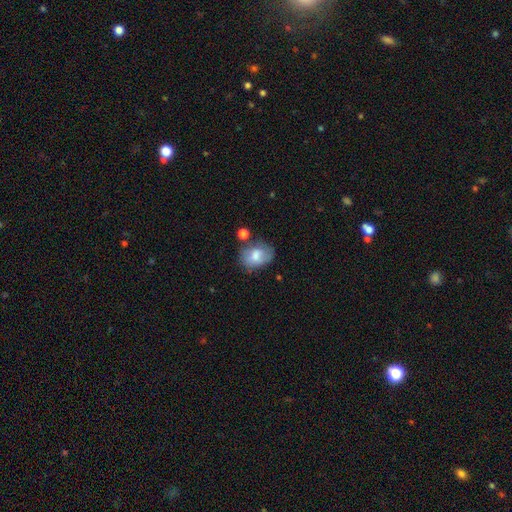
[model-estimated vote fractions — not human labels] smooth-or-featured: smooth: 70% | featured or disk: 21% | star or artifact: 9%
  how-rounded: in between: 68% | round: 30% | cigar-shaped: 1%
  merging: none: 53% | minor disturbance: 25% | merger: 12% | major disturbance: 9%